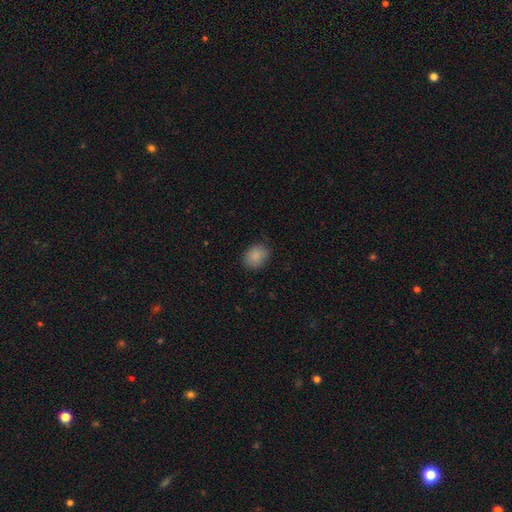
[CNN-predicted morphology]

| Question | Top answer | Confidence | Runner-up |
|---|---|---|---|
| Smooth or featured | smooth | 88% | star or artifact (8%) |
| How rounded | in between | 53% | round (46%) |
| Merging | none | 84% | minor disturbance (12%) |